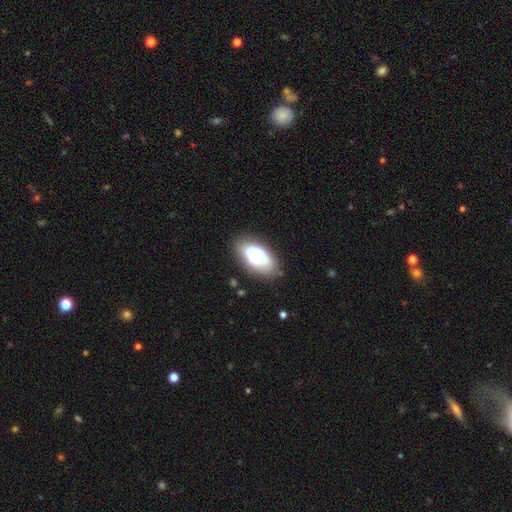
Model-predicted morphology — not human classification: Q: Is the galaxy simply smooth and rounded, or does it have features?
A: smooth — 52%.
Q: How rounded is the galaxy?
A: in between — 92%.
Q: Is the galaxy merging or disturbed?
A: none — 64%.